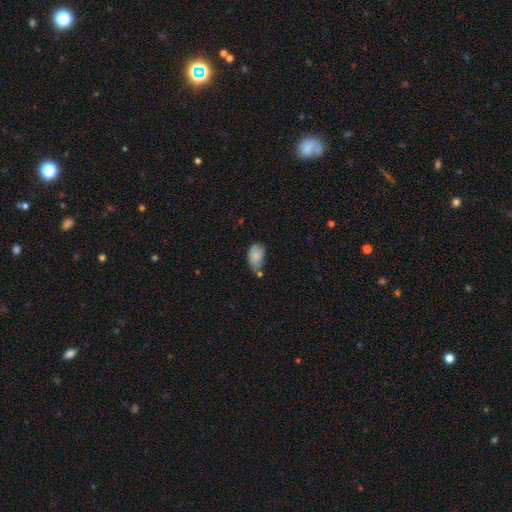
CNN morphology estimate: smooth-or-featured: smooth: 83% | featured or disk: 10% | star or artifact: 8%
  how-rounded: in between: 91% | round: 7% | cigar-shaped: 2%
  merging: none: 45% | minor disturbance: 34% | merger: 13% | major disturbance: 8%